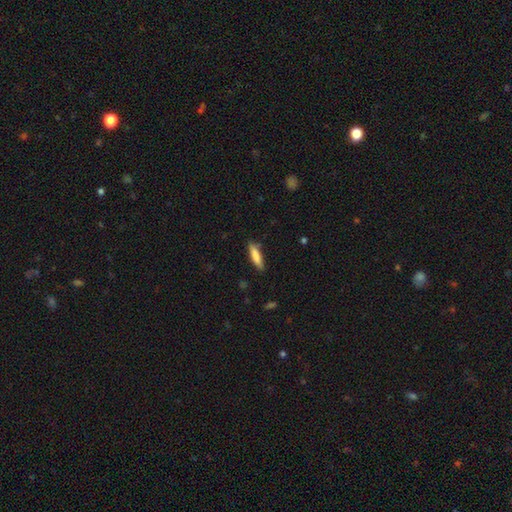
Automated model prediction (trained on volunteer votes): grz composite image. It shows a smooth galaxy with no disk features (82%) that is cigar-shaped (76%). Merging: none (84%).